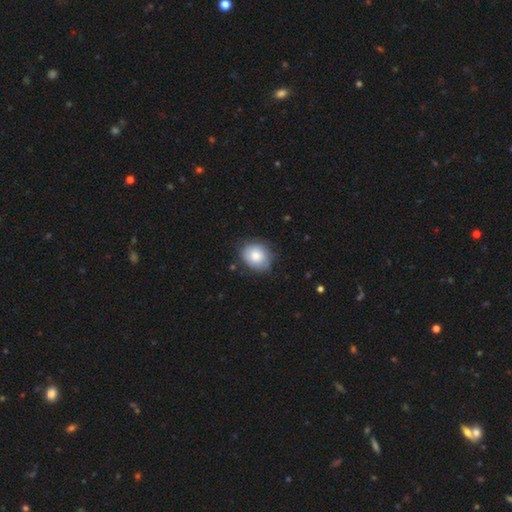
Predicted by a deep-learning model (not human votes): smooth-or-featured: smooth: 80% | featured or disk: 13% | star or artifact: 7%
  how-rounded: round: 58% | in between: 41% | cigar-shaped: 1%
  merging: none: 74% | minor disturbance: 20% | major disturbance: 5% | merger: 1%